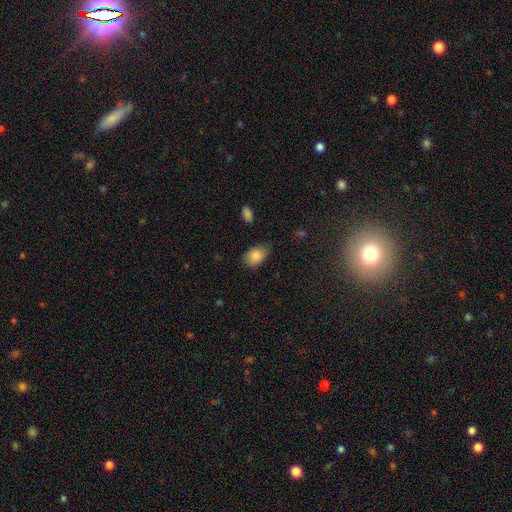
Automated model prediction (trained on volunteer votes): Morphology: type=smooth (86%); roundness=in between (85%); merging=none (70%).